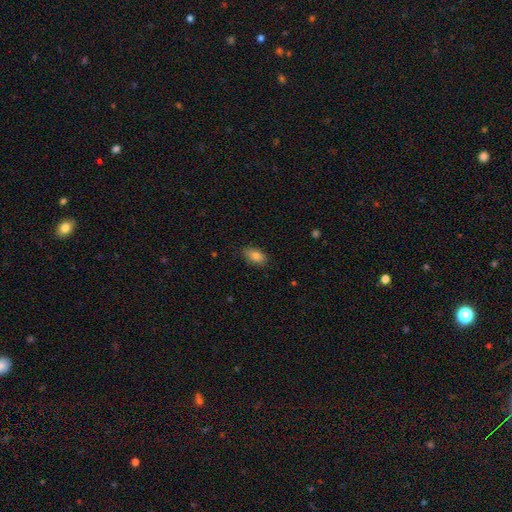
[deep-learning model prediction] smooth_or_featured: smooth (p=0.84) [alt: star or artifact p=0.08]
how_rounded: in between (p=0.90) [alt: round p=0.06]
merging: none (p=0.81) [alt: minor disturbance p=0.15]